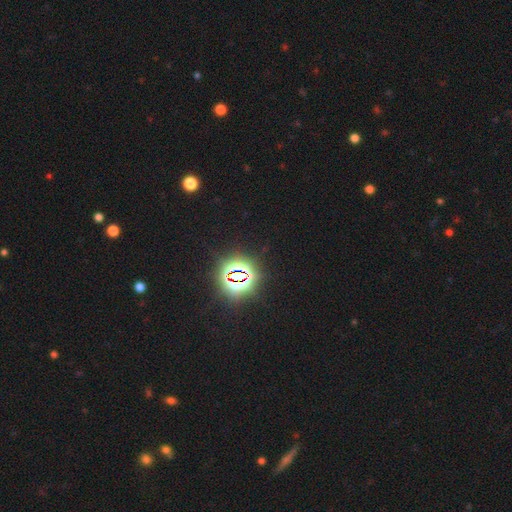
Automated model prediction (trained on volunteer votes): Smooth or featured? Predicted: star or artifact (p=0.84).